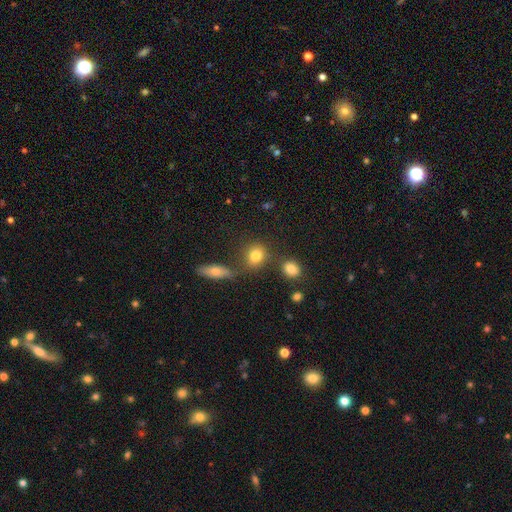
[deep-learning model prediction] Smooth or featured: smooth — 80% (star or artifact — 11%)
How rounded: round — 67% (in between — 31%)
Merging: none — 68% (merger — 16%)